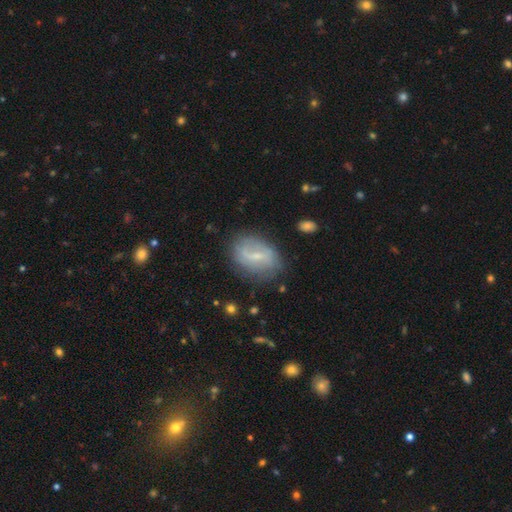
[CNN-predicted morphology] This is possibly a featured or disk galaxy (53%). It is clearly not viewed edge-on (93%). Merging: likely none (70%).